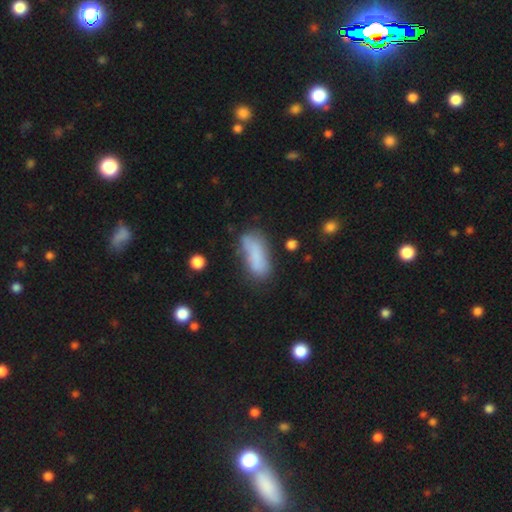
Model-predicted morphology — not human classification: This appears to be a smooth galaxy with no disk features (76%) that is in between round and cigar-shaped (71%). Merging: none (52%).